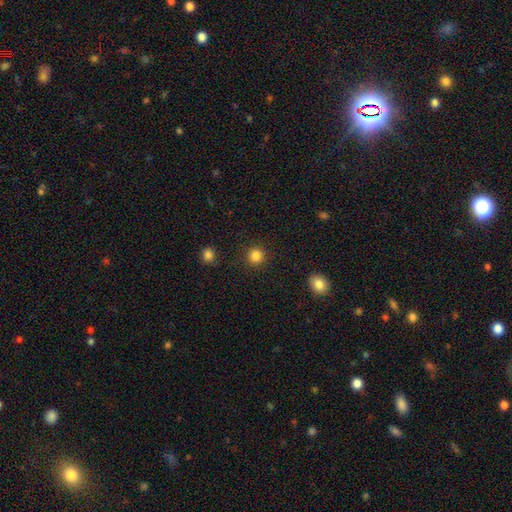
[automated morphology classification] Smooth or featured? smooth (85%)
How rounded? round (93%)
Merging? none (90%)